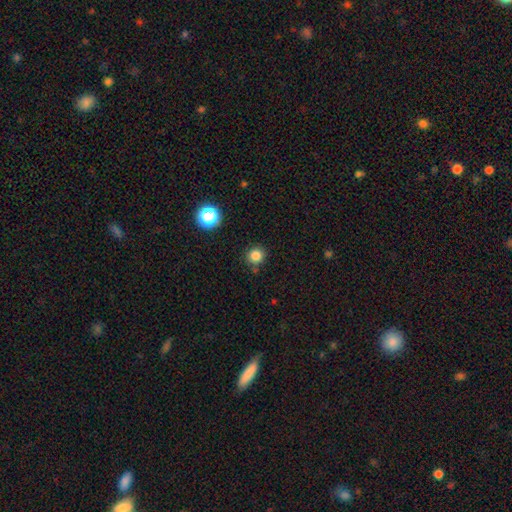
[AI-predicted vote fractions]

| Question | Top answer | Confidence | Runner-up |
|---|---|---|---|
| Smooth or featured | smooth | 82% | star or artifact (13%) |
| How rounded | round | 92% | in between (8%) |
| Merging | none | 84% | minor disturbance (10%) |